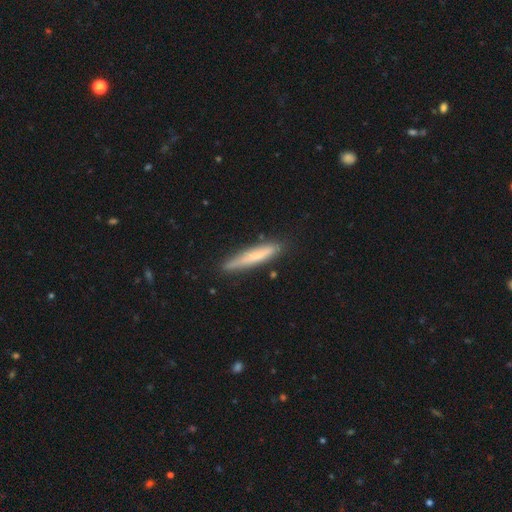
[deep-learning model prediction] smooth_or_featured: smooth (p=0.63) [alt: featured or disk p=0.31]
how_rounded: cigar-shaped (p=0.93) [alt: in between p=0.06]
merging: none (p=0.81) [alt: minor disturbance p=0.14]